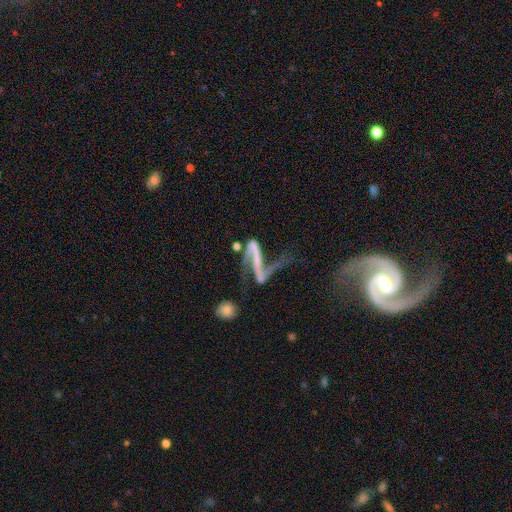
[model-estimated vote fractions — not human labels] smooth_or_featured: featured or disk (p=0.79) [alt: smooth p=0.12]
disk_edge_on: no (p=0.87) [alt: yes p=0.13]
bar: strong (p=0.53) [alt: no p=0.25]
has_spiral_arms: yes (p=0.78) [alt: no p=0.22]
spiral_winding: loose (p=0.86) [alt: medium p=0.10]
spiral_arm_count: 2 (p=0.80) [alt: 1 p=0.12]
bulge_size: none (p=0.56) [alt: small p=0.32]
merging: major disturbance (p=0.37) [alt: none p=0.29]